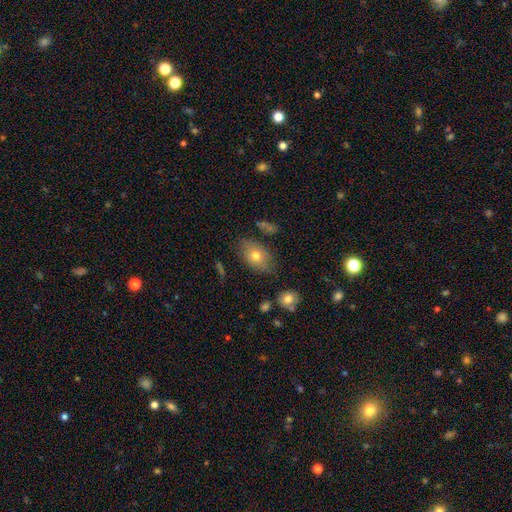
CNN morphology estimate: This is likely a smooth galaxy (70%). How rounded: clearly in between (86%). Merging: likely none (72%).